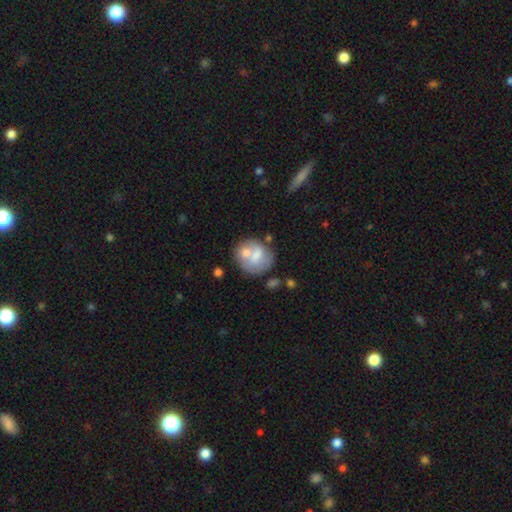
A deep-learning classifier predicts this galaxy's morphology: This appears to be a smooth galaxy with no disk features (59%) that is round (76%). Merging: none (42%).